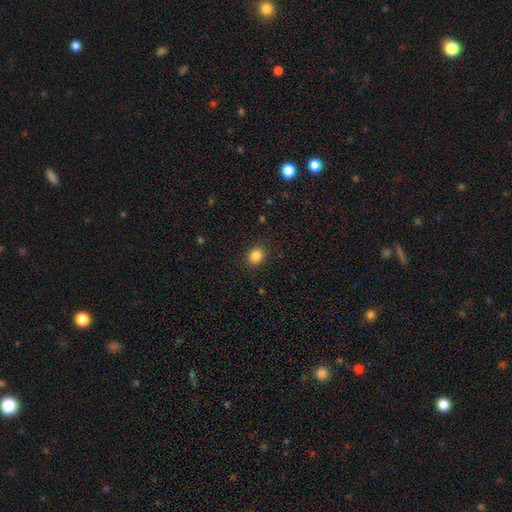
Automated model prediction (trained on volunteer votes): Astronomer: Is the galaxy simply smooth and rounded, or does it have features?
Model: smooth — 86%.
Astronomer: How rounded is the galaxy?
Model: round — 59% (runner-up: in between, 40%).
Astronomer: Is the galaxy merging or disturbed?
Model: none — 89%.